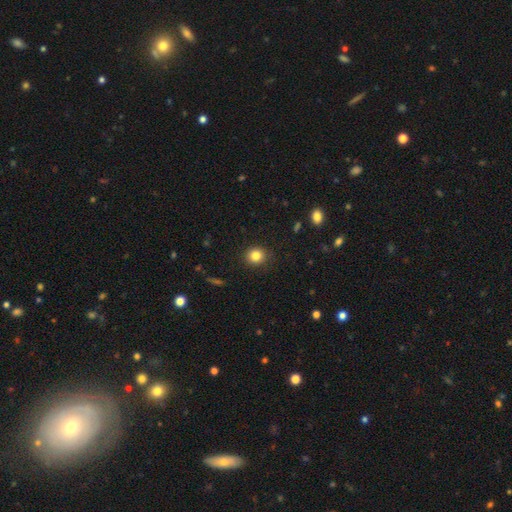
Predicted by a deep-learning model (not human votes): Morphology: type=smooth (83%); roundness=round (82%); merging=none (89%).